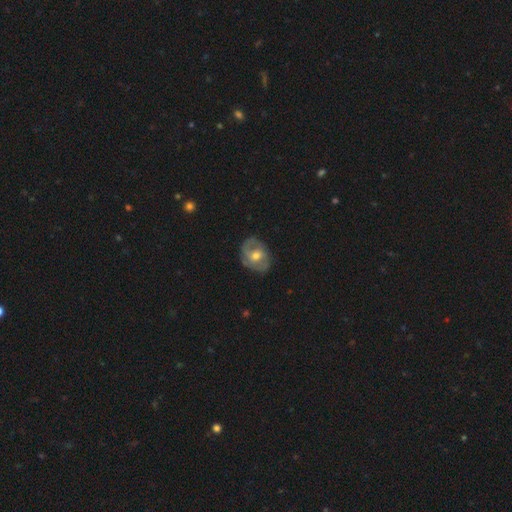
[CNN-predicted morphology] Q: Smooth or featured?
A: featured or disk (59%); runner-up: smooth (34%)
Q: Edge-on disk?
A: no (96%); runner-up: yes (4%)
Q: Bar?
A: no (65%); runner-up: weak (28%)
Q: Spiral arms?
A: yes (68%); runner-up: no (32%)
Q: Bulge size?
A: moderate (67%); runner-up: small (26%)
Q: Merging?
A: none (69%); runner-up: minor disturbance (22%)